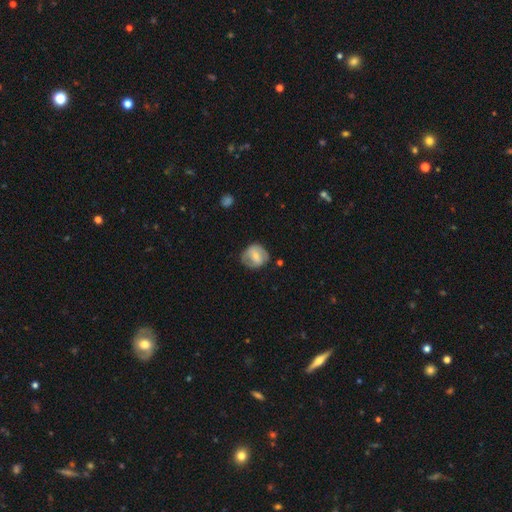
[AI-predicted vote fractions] This appears to be a smooth galaxy with no disk features (50%). Merging: none (66%).